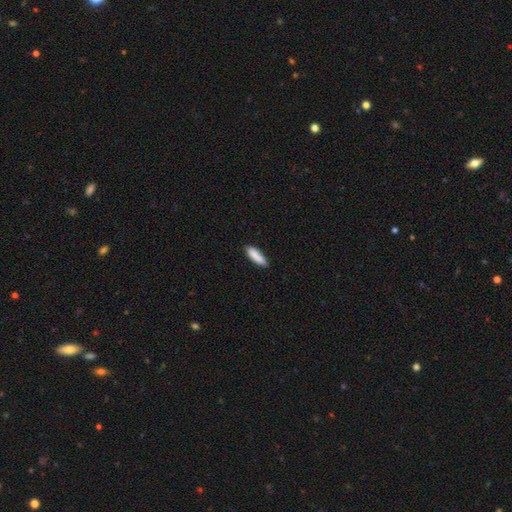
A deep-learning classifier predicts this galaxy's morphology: smooth_or_featured: smooth (p=0.87) [alt: featured or disk p=0.06]
how_rounded: cigar-shaped (p=0.57) [alt: in between p=0.41]
merging: none (p=0.80) [alt: minor disturbance p=0.15]